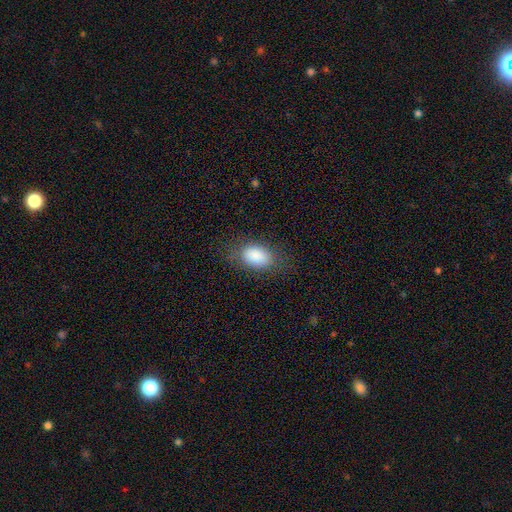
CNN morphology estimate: smooth_or_featured: smooth (p=0.87) [alt: star or artifact p=0.08]
how_rounded: in between (p=0.88) [alt: round p=0.10]
merging: none (p=0.77) [alt: minor disturbance p=0.15]